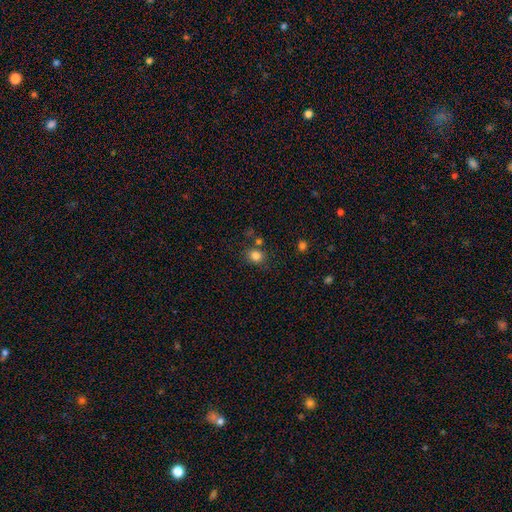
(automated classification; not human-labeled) A smooth galaxy with no disk features (82%) that is round (71%).

Vote fractions:
- Smooth or featured? smooth: 82% / star or artifact: 12% / featured or disk: 5%
- How rounded? round: 71% / in between: 29% / cigar-shaped: 1%
- Merging? none: 75% / minor disturbance: 12% / merger: 9% / major disturbance: 4%